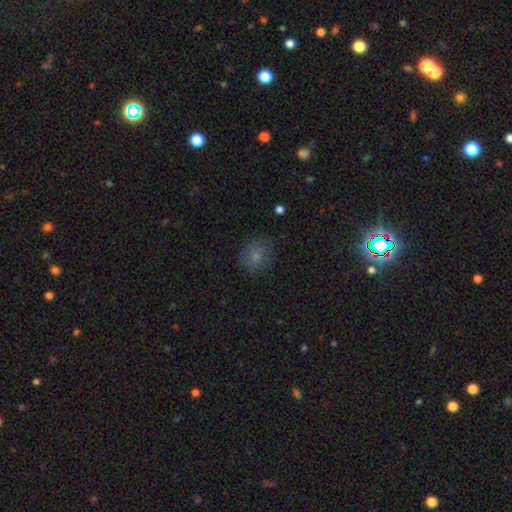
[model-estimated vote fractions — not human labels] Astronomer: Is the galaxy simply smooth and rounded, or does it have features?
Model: smooth — 77%.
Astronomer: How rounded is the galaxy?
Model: round — 70%.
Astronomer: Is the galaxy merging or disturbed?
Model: none — 74%.